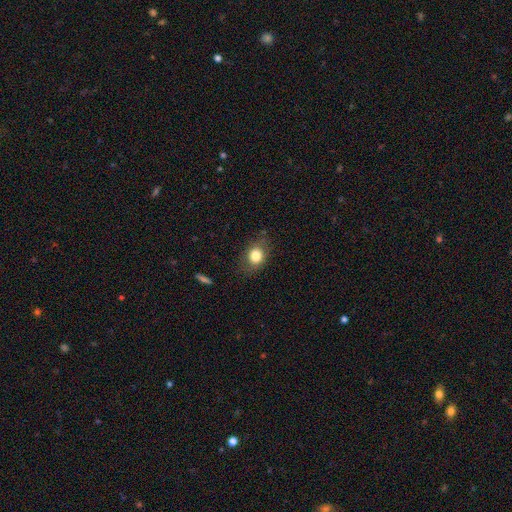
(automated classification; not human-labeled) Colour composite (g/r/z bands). It shows a smooth galaxy with no disk features (79%) that is in between round and cigar-shaped (52%). Merging: none (75%).